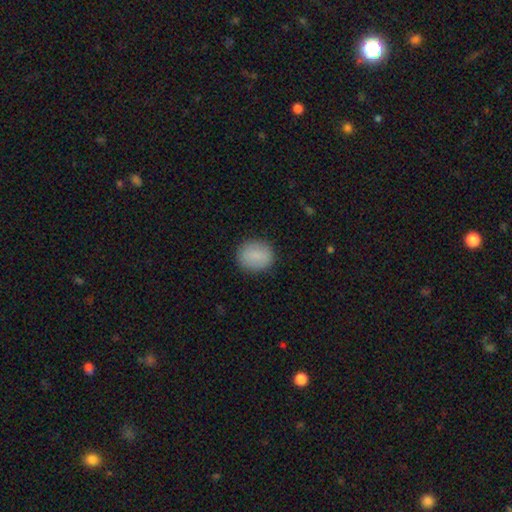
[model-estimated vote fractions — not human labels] smooth-or-featured: smooth: 86% | star or artifact: 7% | featured or disk: 6%
  how-rounded: round: 74% | in between: 24% | cigar-shaped: 1%
  merging: none: 88% | minor disturbance: 9% | major disturbance: 3% | merger: 1%